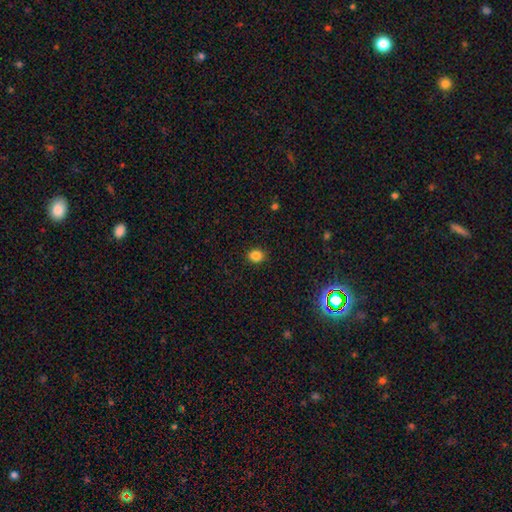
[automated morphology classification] Smooth or featured? Predicted: smooth (p=0.83). How rounded? Predicted: round (p=0.63). Merging? Predicted: none (p=0.90).